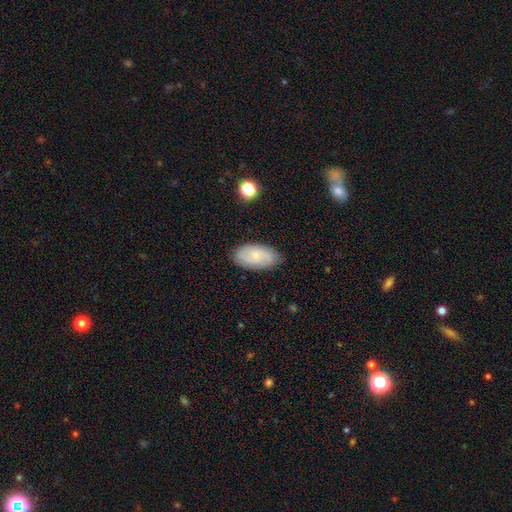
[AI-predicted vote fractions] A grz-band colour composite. It shows a smooth galaxy with no disk features (59%) that is in between round and cigar-shaped (94%). Merging: none (83%).